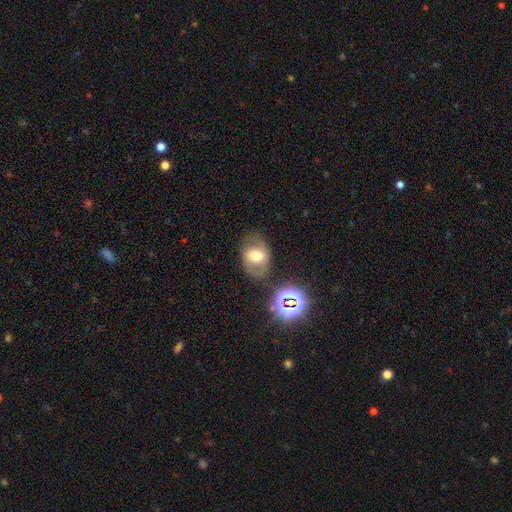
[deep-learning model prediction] smooth_or_featured: smooth (p=0.47) [alt: featured or disk p=0.39]
merging: none (p=0.66) [alt: minor disturbance p=0.18]